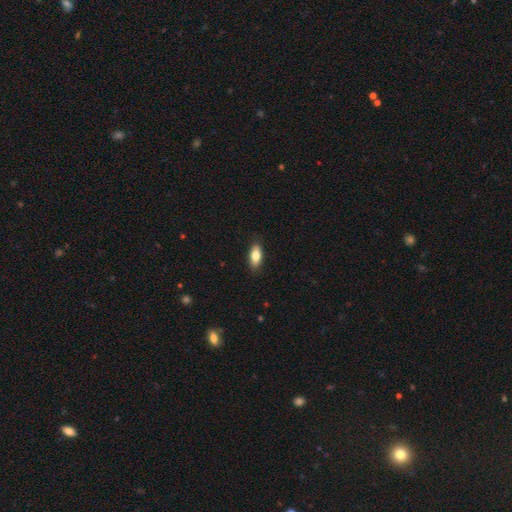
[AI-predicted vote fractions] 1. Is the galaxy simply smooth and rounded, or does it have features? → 80% smooth, 13% featured or disk, 7% star or artifact.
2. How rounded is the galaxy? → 84% in between, 13% cigar-shaped, 3% round.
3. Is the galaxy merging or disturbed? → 88% none, 9% minor disturbance, 2% major disturbance, 1% merger.